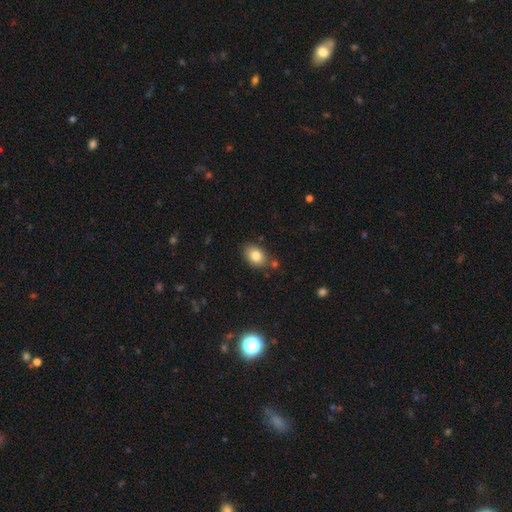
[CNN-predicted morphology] A smooth galaxy with no disk features (82%) that is in between round and cigar-shaped (76%). Merging: none (77%).